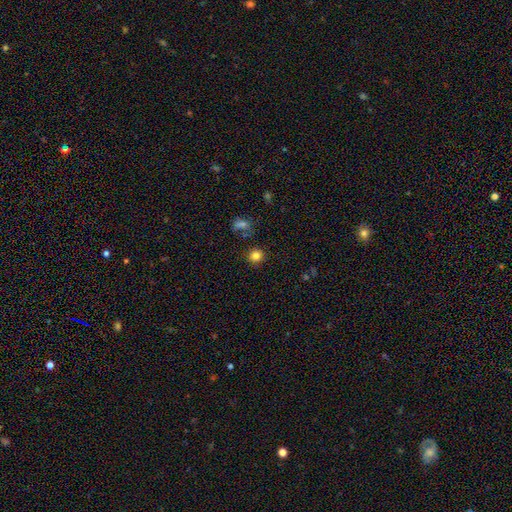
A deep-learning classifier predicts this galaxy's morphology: type=smooth (83%); roundness=round (91%); merging=none (87%).